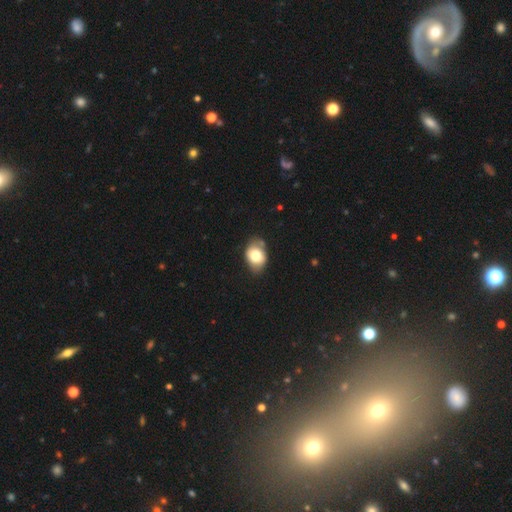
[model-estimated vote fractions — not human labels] This is likely a smooth galaxy (75%). How rounded: likely in between (73%). Merging: likely none (66%).